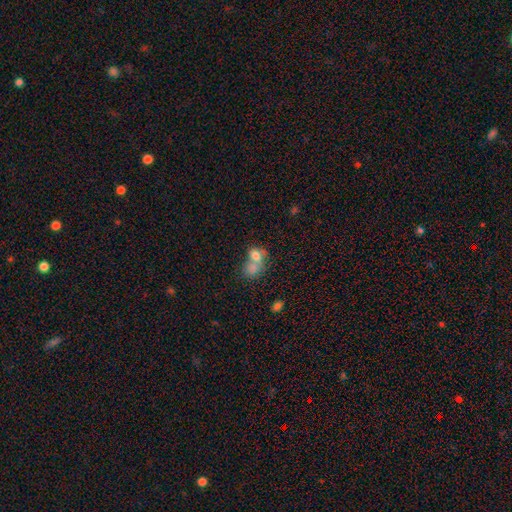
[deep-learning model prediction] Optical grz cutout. It shows a smooth galaxy with no disk features (72%) that is in between round and cigar-shaped (53%). Merging: merger (64%).